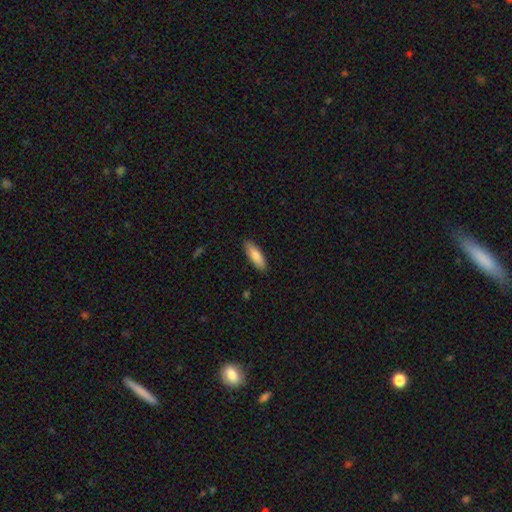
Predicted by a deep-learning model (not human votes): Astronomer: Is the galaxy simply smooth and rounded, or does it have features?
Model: smooth — 83%.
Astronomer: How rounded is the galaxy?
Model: in between — 55% (runner-up: cigar-shaped, 43%).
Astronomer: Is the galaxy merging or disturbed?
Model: none — 87%.